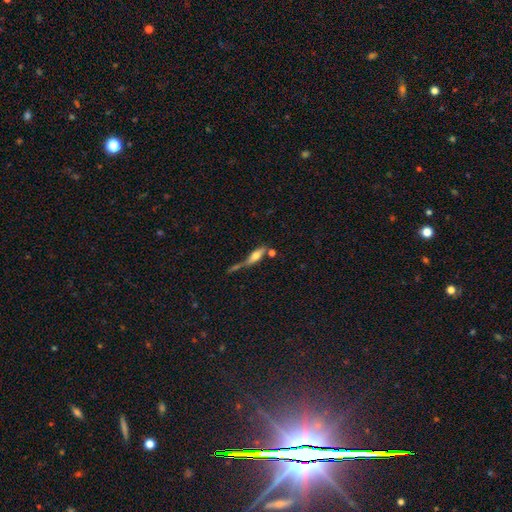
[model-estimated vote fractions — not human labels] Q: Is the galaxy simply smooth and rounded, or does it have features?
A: smooth — 50%.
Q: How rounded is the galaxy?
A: cigar-shaped — 58%.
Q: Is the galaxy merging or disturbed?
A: none — 36%.